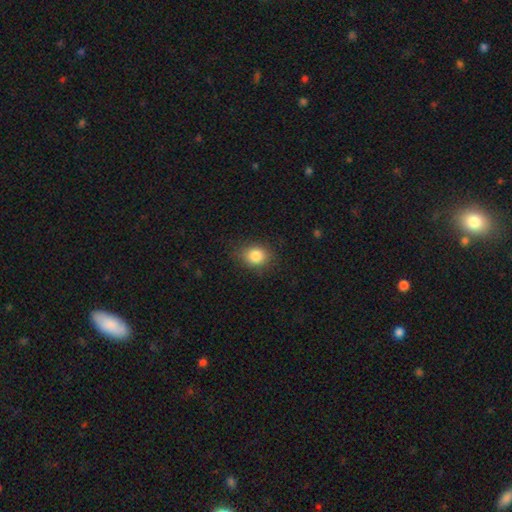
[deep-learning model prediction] This is clearly a smooth galaxy (84%). How rounded: likely round (61%). Merging: clearly none (83%).